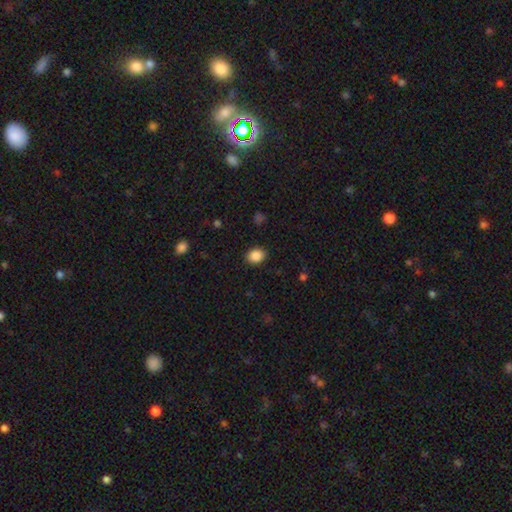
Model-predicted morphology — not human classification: This is clearly a smooth galaxy (88%). How rounded: possibly in between (57%). Merging: clearly none (89%).